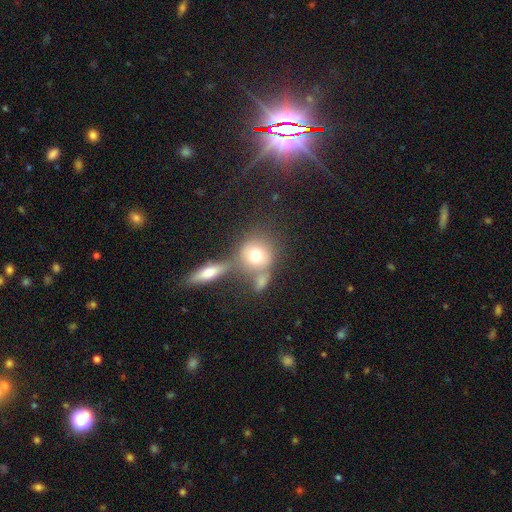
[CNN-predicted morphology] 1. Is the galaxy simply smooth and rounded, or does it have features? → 71% smooth, 18% featured or disk, 11% star or artifact.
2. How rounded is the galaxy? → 79% round, 19% in between, 2% cigar-shaped.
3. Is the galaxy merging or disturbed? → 49% none, 34% merger, 11% minor disturbance, 6% major disturbance.